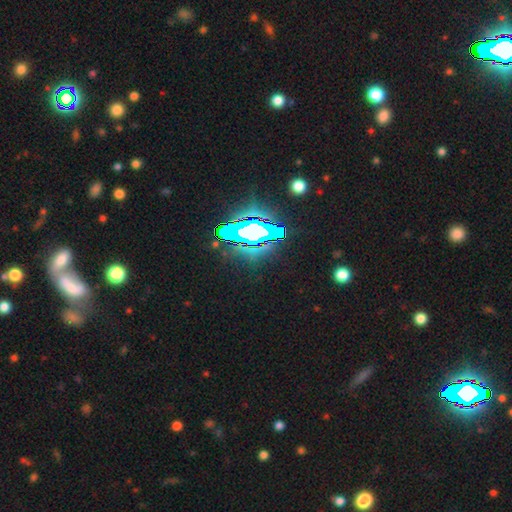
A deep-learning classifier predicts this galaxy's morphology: star or artifact 81%, smooth 11%, featured or disk 8%.